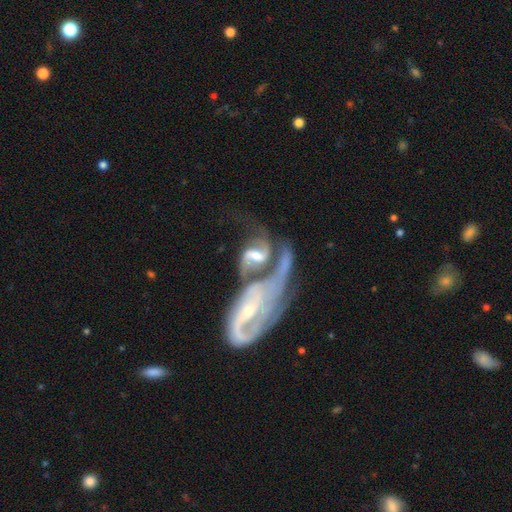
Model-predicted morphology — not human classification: smooth_or_featured: featured or disk (p=0.80) [alt: smooth p=0.13]
disk_edge_on: no (p=0.95) [alt: yes p=0.05]
bar: weak (p=0.46) [alt: strong p=0.34]
has_spiral_arms: yes (p=0.91) [alt: no p=0.09]
spiral_winding: medium (p=0.43) [alt: loose p=0.38]
spiral_arm_count: 2 (p=0.79) [alt: can't tell p=0.09]
bulge_size: moderate (p=0.55) [alt: small p=0.27]
merging: merger (p=0.65) [alt: none p=0.15]